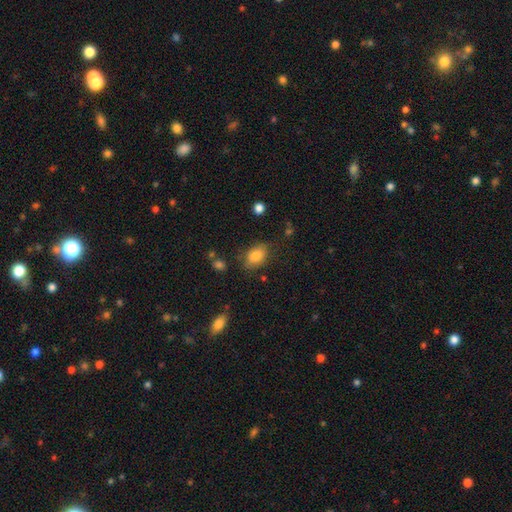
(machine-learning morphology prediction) smooth 84%, star or artifact 8%, featured or disk 7%. Down the decision tree: how rounded — in between (85%); merging — none (73%).